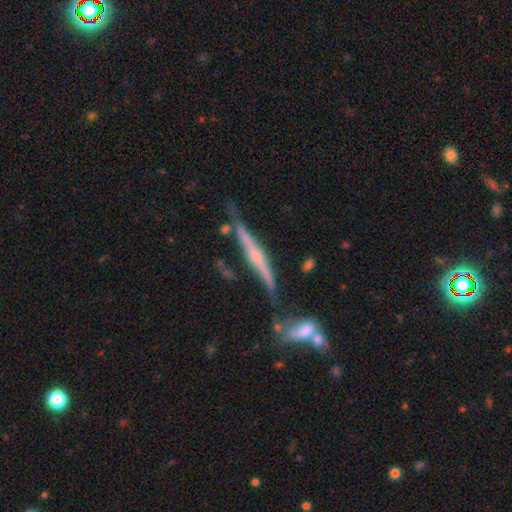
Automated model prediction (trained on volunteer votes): Smooth or featured? featured or disk (73%)
Edge-on disk? yes (95%)
Edge-on bulge? rounded (63%)
Merging? none (65%)